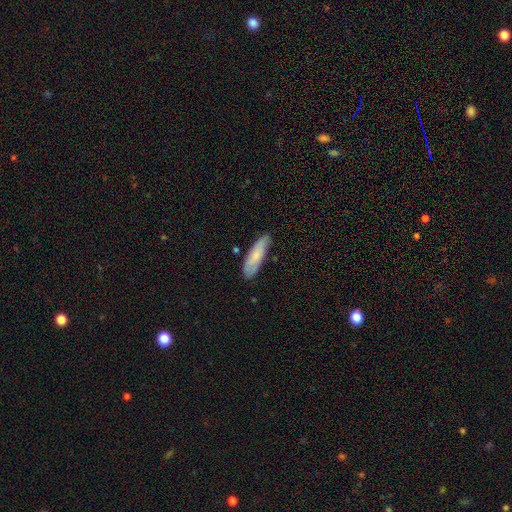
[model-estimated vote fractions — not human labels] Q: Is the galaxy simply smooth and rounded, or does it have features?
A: smooth — 74%.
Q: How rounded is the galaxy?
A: cigar-shaped — 61%.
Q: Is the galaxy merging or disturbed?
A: none — 75%.